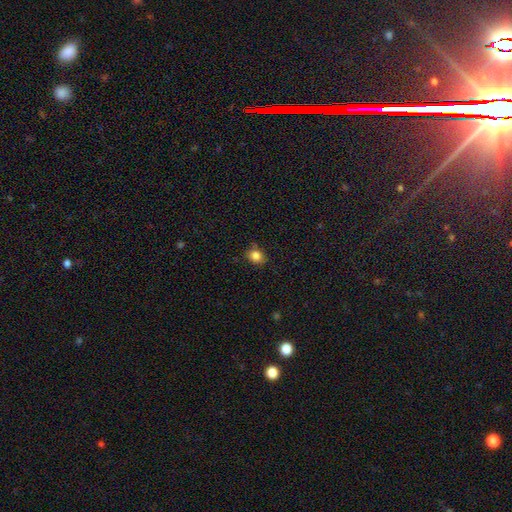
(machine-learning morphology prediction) smooth-or-featured: smooth: 84% | star or artifact: 11% | featured or disk: 5%
  how-rounded: round: 68% | in between: 31% | cigar-shaped: 1%
  merging: none: 80% | minor disturbance: 14% | merger: 3% | major disturbance: 3%